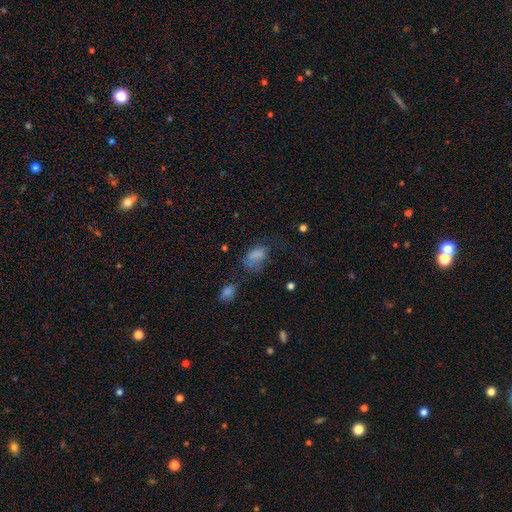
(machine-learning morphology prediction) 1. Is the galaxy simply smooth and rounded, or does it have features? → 72% smooth, 14% star or artifact, 14% featured or disk.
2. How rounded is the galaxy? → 85% in between, 13% round, 2% cigar-shaped.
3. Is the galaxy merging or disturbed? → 34% major disturbance, 33% none, 27% minor disturbance, 6% merger.